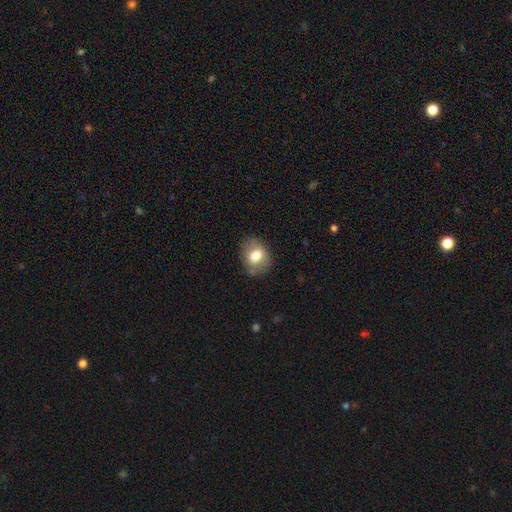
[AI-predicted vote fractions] smooth-or-featured: smooth: 73% | featured or disk: 18% | star or artifact: 9%
  how-rounded: round: 51% | in between: 48% | cigar-shaped: 1%
  merging: none: 79% | minor disturbance: 15% | major disturbance: 4% | merger: 2%